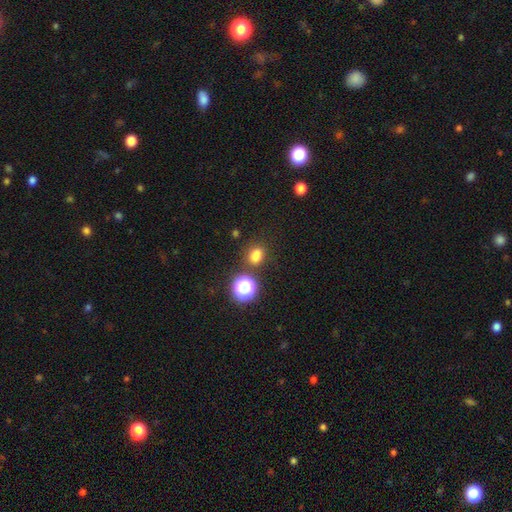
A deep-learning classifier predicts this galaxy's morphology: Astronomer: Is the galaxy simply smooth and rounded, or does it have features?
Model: smooth — 75%.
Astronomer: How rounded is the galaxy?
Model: in between — 54% (runner-up: round, 44%).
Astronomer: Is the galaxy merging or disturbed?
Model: none — 73%.